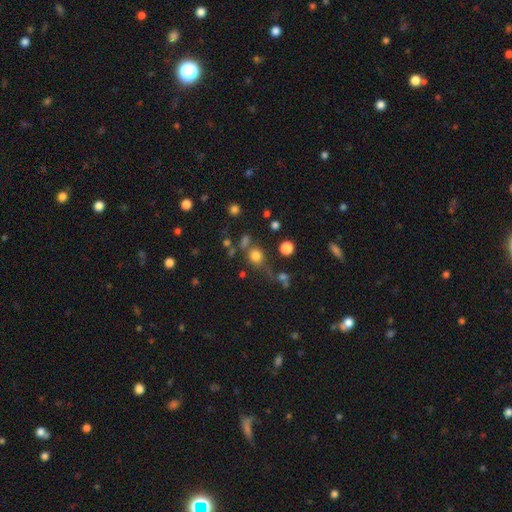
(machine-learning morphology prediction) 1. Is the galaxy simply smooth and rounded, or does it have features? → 75% smooth, 18% star or artifact, 8% featured or disk.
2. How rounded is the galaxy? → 87% round, 12% in between, 1% cigar-shaped.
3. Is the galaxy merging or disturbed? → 62% none, 16% merger, 14% minor disturbance, 9% major disturbance.